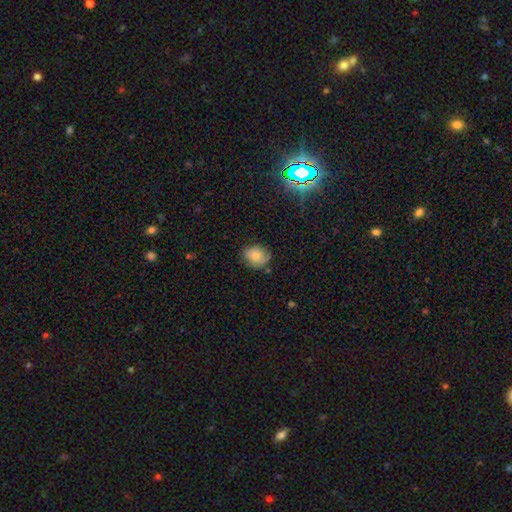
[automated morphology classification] This is likely a smooth galaxy (72%). How rounded: possibly round (57%). Merging: likely none (66%).